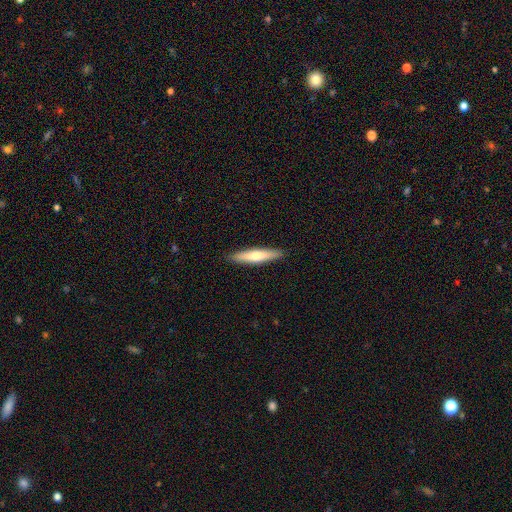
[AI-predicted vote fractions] smooth-or-featured: smooth: 58% | featured or disk: 37% | star or artifact: 5%
  how-rounded: cigar-shaped: 88% | in between: 11% | round: 1%
  merging: none: 91% | minor disturbance: 7% | major disturbance: 1% | merger: 1%